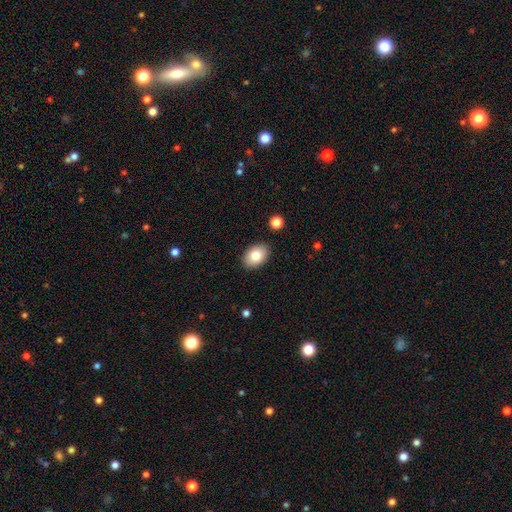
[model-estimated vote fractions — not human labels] Morphology: type=smooth (82%); roundness=in between (86%); merging=none (89%).